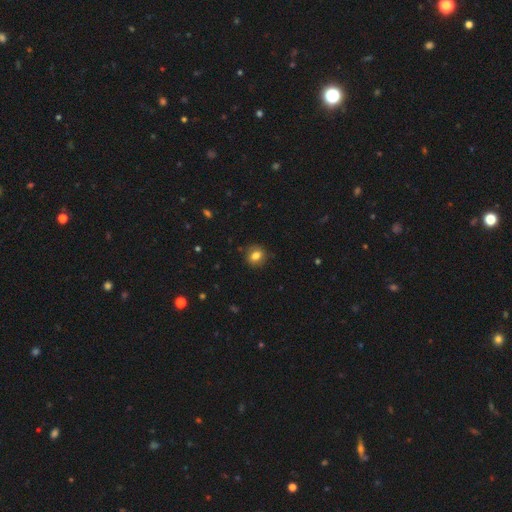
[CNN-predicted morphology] Smooth or featured? Predicted: smooth (p=0.79). How rounded? Predicted: round (p=0.64). Merging? Predicted: none (p=0.86).